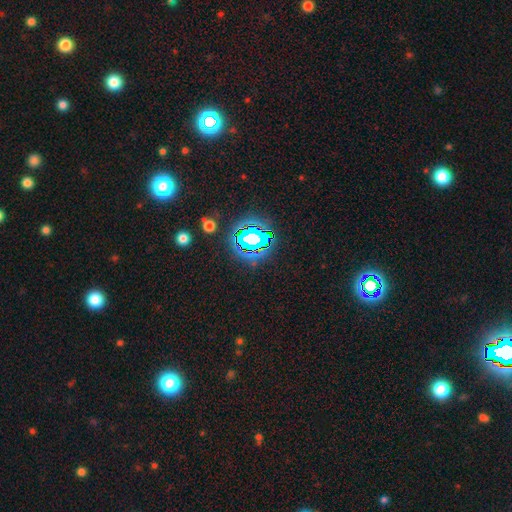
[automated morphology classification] Smooth or featured? Predicted: star or artifact (p=0.78).